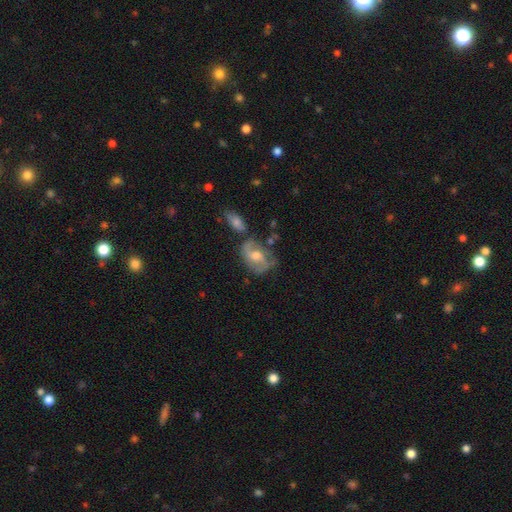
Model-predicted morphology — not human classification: featured or disk 66%, smooth 27%, star or artifact 8%. Down the decision tree: edge-on disk — no (95%); bar — no (48%); spiral arms — yes (74%); bulge size — moderate (67%); merging — none (47%).